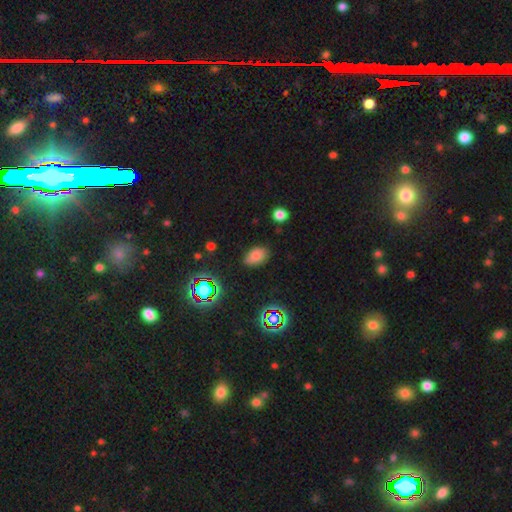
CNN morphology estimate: Smooth or featured?
  - smooth: 76% *
  - star or artifact: 16%
  - featured or disk: 8%
How rounded?
  - in between: 88% *
  - round: 11%
  - cigar-shaped: 1%
Merging?
  - none: 80% *
  - minor disturbance: 15%
  - major disturbance: 4%
  - merger: 2%